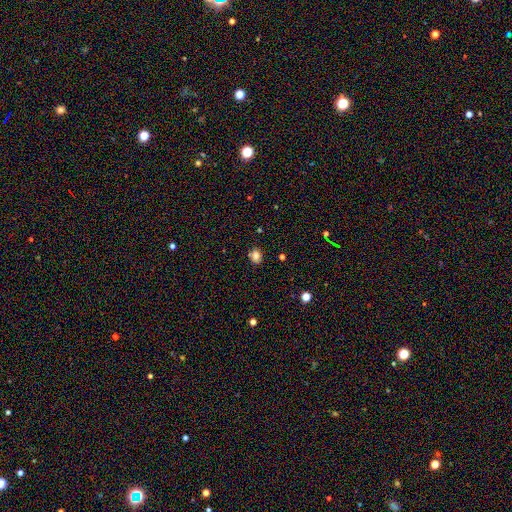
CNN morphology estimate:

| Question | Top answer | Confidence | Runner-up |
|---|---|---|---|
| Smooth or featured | smooth | 80% | star or artifact (13%) |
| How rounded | round | 51% | in between (48%) |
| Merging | none | 83% | minor disturbance (11%) |